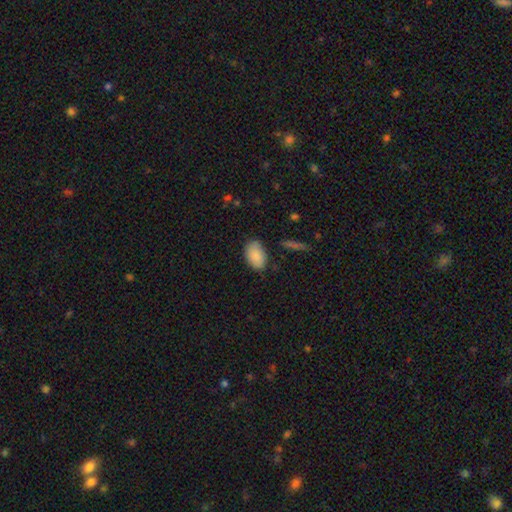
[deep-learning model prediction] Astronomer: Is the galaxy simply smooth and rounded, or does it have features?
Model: smooth — 88%.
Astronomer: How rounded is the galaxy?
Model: in between — 90%.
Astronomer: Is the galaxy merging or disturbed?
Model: none — 76%.